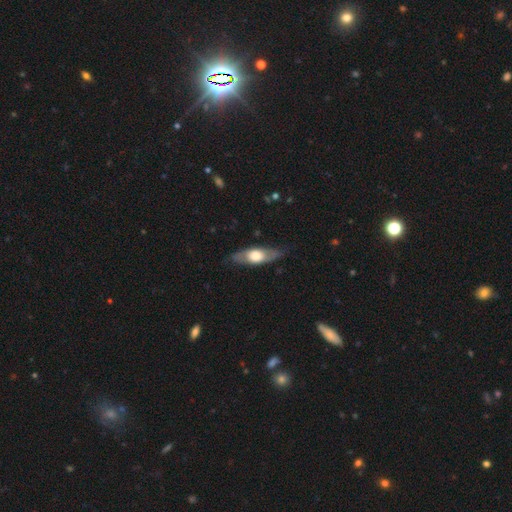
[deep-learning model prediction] This appears to be a featured or disk galaxy (48%). Merging: none (80%).